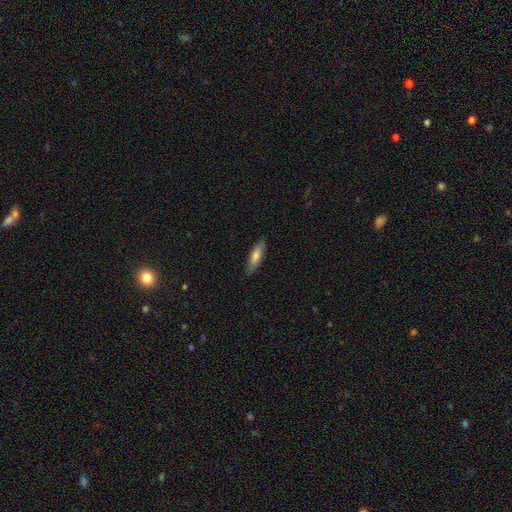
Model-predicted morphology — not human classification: This is likely a smooth galaxy (68%). How rounded: likely cigar-shaped (62%). Merging: clearly none (84%).